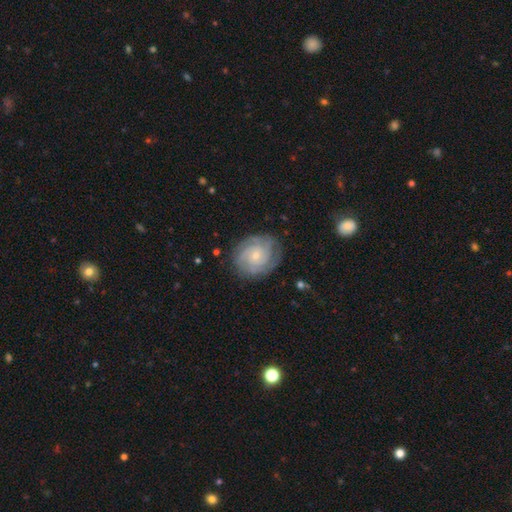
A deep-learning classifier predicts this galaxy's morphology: featured or disk 78%, smooth 16%, star or artifact 6%. Down the decision tree: edge-on disk — no (98%); bar — no (75%); spiral arms — yes (94%); spiral arm count — can't tell (32%); spiral winding — tight (68%); bulge size — small (71%); merging — none (79%).